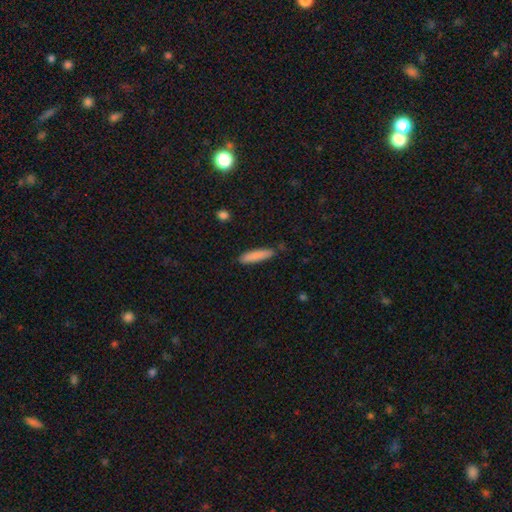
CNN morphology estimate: Q: Smooth or featured?
A: smooth (85%); runner-up: featured or disk (9%)
Q: How rounded?
A: cigar-shaped (83%); runner-up: in between (16%)
Q: Merging?
A: none (83%); runner-up: minor disturbance (12%)